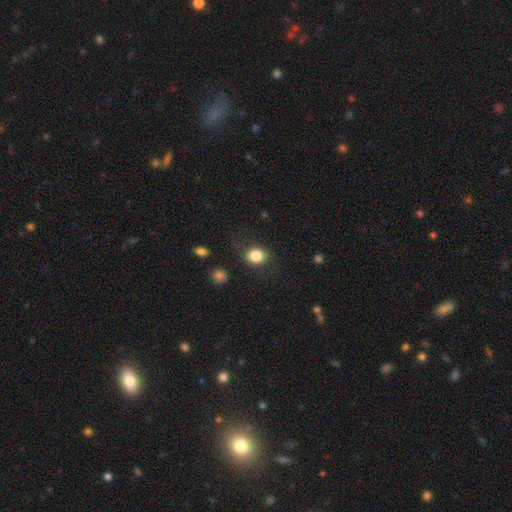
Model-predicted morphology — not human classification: smooth 84%, star or artifact 10%, featured or disk 6%. Down the decision tree: how rounded — round (74%); merging — none (82%).